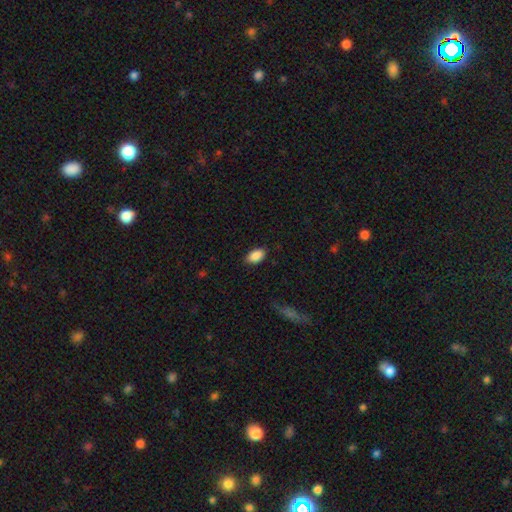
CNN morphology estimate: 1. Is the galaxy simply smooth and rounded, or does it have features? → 89% smooth, 7% star or artifact, 4% featured or disk.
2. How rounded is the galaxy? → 93% in between, 5% round, 2% cigar-shaped.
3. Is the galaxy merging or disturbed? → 85% none, 12% minor disturbance, 3% major disturbance, 1% merger.